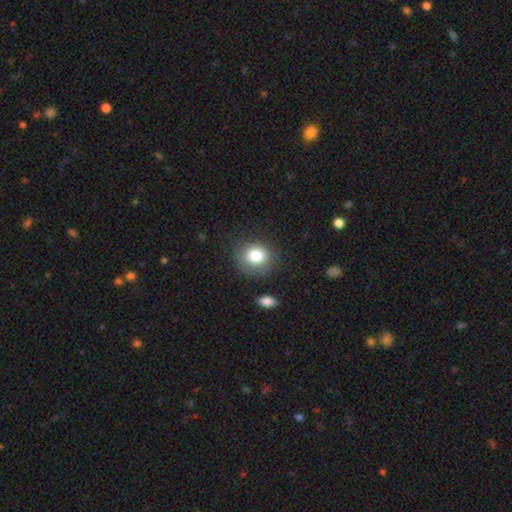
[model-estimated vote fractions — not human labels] This appears to be a smooth galaxy with no disk features (81%) that is round (74%). Merging: none (77%).